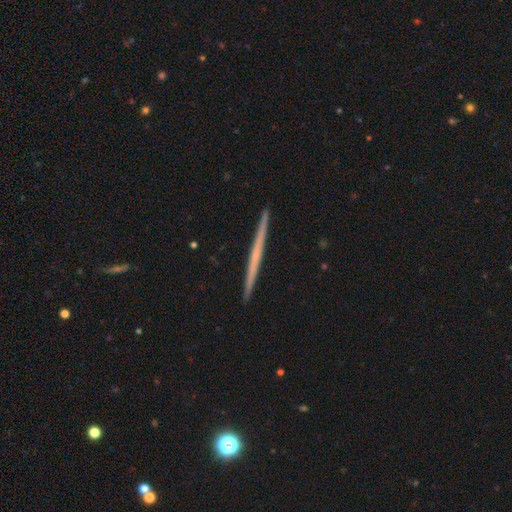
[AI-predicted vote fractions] Smooth or featured?
  - featured or disk: 65% *
  - smooth: 29%
  - star or artifact: 6%
Edge-on disk?
  - yes: 98% *
  - no: 2%
Edge-on bulge?
  - none: 82% *
  - rounded: 14%
  - boxy: 4%
Merging?
  - none: 93% *
  - minor disturbance: 5%
  - major disturbance: 1%
  - merger: 1%